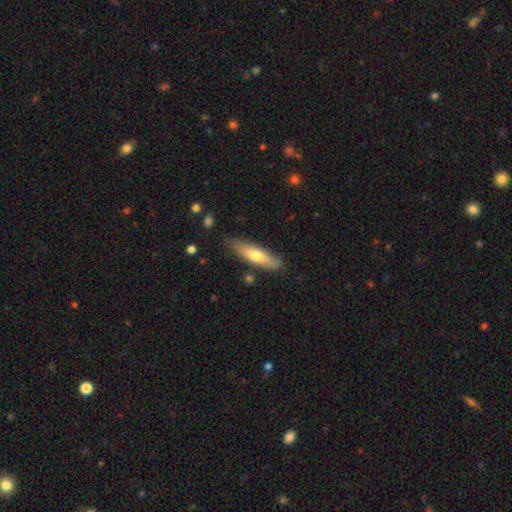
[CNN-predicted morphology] Smooth or featured? Predicted: smooth (p=0.61). How rounded? Predicted: cigar-shaped (p=0.69). Merging? Predicted: none (p=0.80).